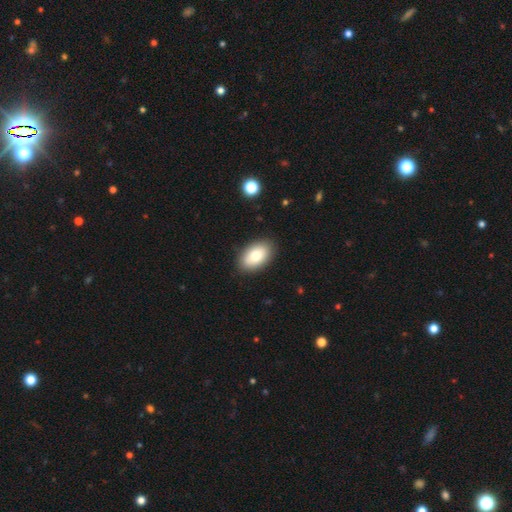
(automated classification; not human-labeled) smooth 79%, featured or disk 14%, star or artifact 7%. Down the decision tree: how rounded — in between (93%); merging — none (88%).